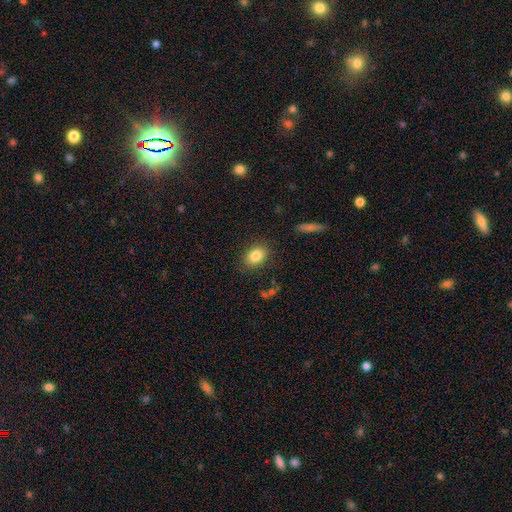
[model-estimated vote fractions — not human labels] A smooth galaxy with no disk features (84%) that is in between round and cigar-shaped (72%). Merging: none (85%).